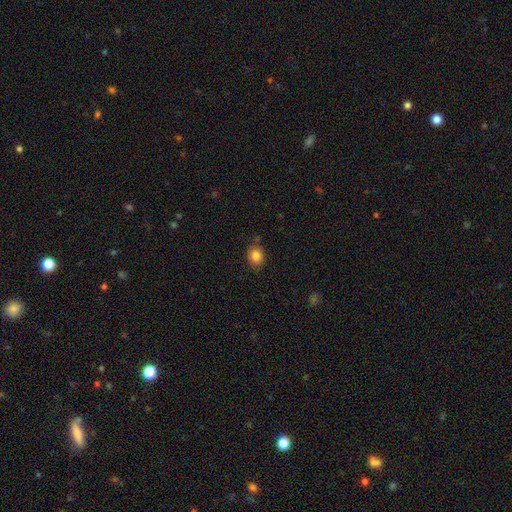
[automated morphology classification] Q: Smooth or featured?
A: smooth (84%); runner-up: star or artifact (10%)
Q: How rounded?
A: round (61%); runner-up: in between (38%)
Q: Merging?
A: none (78%); runner-up: minor disturbance (15%)